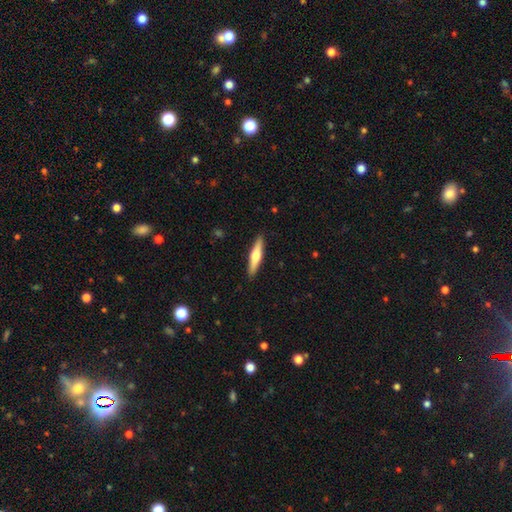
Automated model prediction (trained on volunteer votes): A featured or disk galaxy (49%).

Vote fractions:
- Smooth or featured? featured or disk: 49% / smooth: 46% / star or artifact: 5%
- Merging? none: 91% / minor disturbance: 7% / major disturbance: 1% / merger: 1%